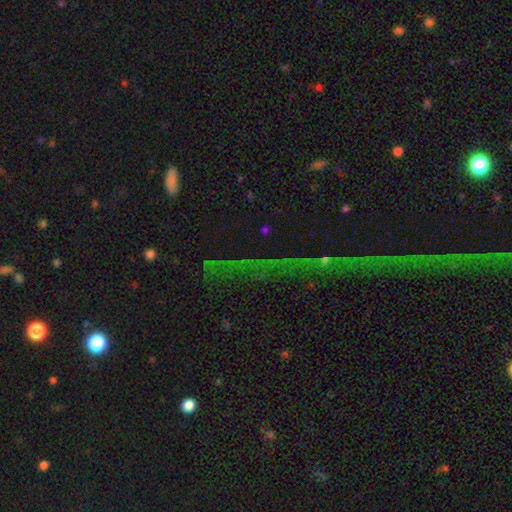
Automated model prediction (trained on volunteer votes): star or artifact 73%, smooth 14%, featured or disk 13%.